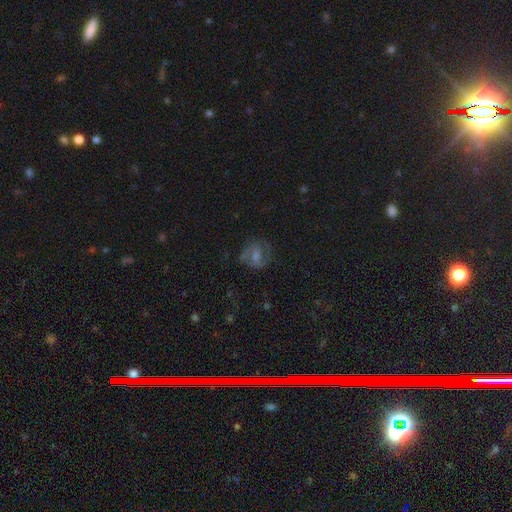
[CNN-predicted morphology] Smooth or featured?
  - featured or disk: 56% *
  - smooth: 25%
  - star or artifact: 18%
Edge-on disk?
  - no: 96% *
  - yes: 4%
Bar?
  - weak: 49% *
  - no: 30%
  - strong: 21%
Spiral arms?
  - yes: 81% *
  - no: 19%
Bulge size?
  - moderate: 43% *
  - small: 38%
  - none: 10%
  - large: 7%
  - dominant: 2%
Merging?
  - none: 74% *
  - minor disturbance: 15%
  - major disturbance: 9%
  - merger: 2%